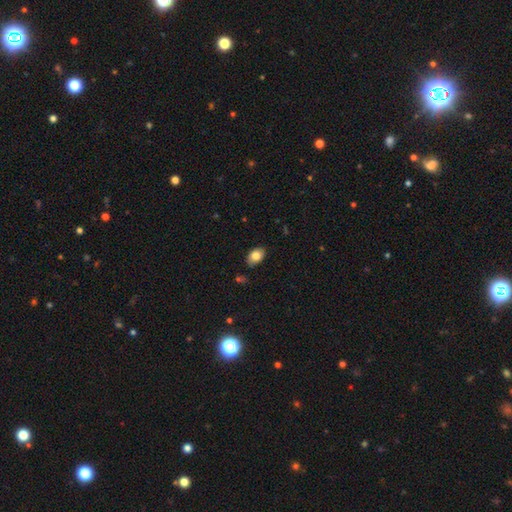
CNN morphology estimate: smooth 82%, featured or disk 10%, star or artifact 8%. Down the decision tree: how rounded — in between (86%); merging — none (80%).